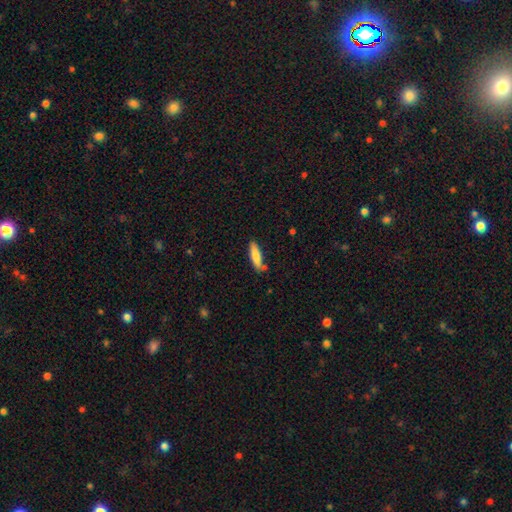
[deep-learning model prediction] Smooth or featured? smooth (80%)
How rounded? cigar-shaped (65%)
Merging? none (78%)